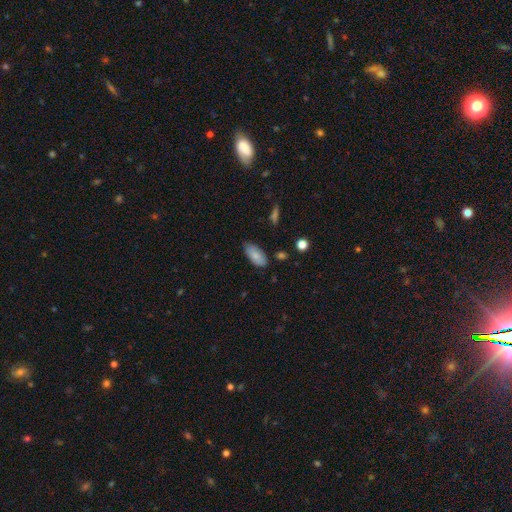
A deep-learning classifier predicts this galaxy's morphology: Smooth or featured?
  - smooth: 82% *
  - featured or disk: 11%
  - star or artifact: 7%
How rounded?
  - in between: 91% *
  - cigar-shaped: 7%
  - round: 2%
Merging?
  - none: 69% *
  - minor disturbance: 25%
  - major disturbance: 4%
  - merger: 2%